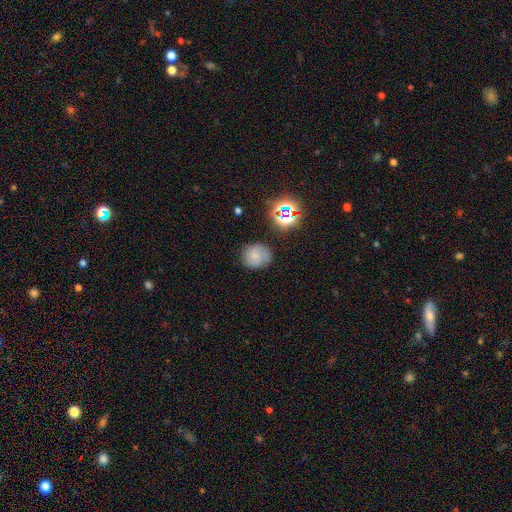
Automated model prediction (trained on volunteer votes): smooth_or_featured: smooth (p=0.58) [alt: featured or disk p=0.26]
how_rounded: round (p=0.81) [alt: in between p=0.18]
merging: none (p=0.75) [alt: minor disturbance p=0.16]